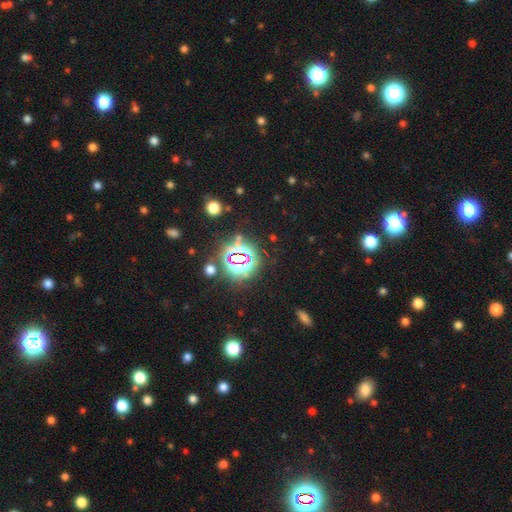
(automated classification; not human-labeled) smooth_or_featured: star or artifact (p=0.79) [alt: smooth p=0.14]